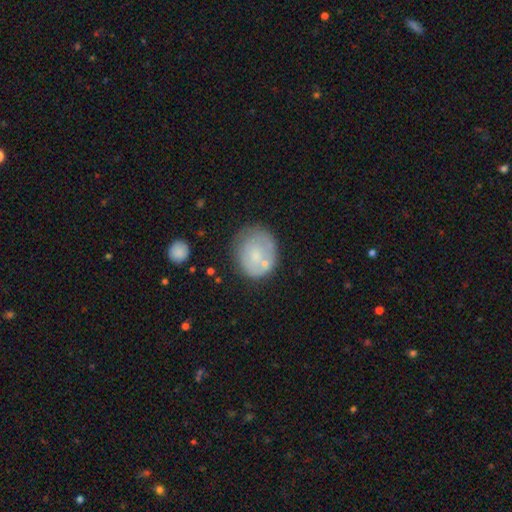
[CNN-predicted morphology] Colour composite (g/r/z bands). It shows a smooth galaxy with no disk features (60%) that is round (67%). Merging: none (56%).